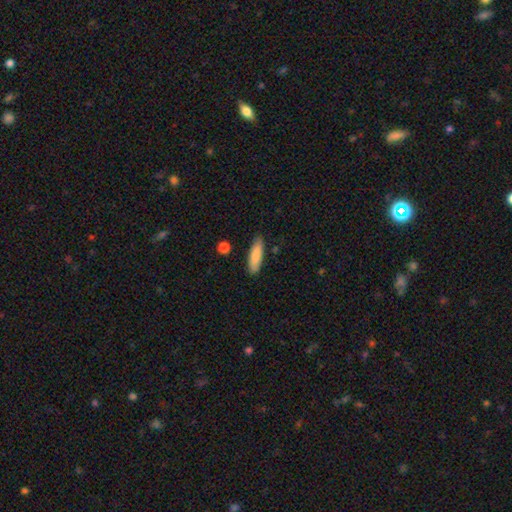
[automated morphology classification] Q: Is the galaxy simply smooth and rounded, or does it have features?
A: smooth — 83%.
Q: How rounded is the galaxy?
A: cigar-shaped — 56%.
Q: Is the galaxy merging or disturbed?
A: none — 84%.